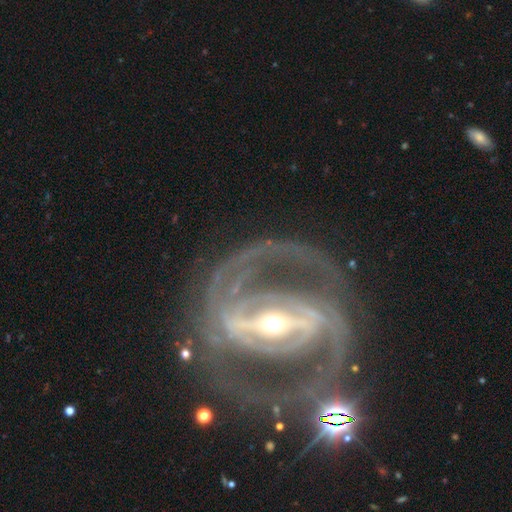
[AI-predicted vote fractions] Morphology: type=featured or disk (91%); edge-on=no (95%); bar=strong (78%); spiral arms=yes (95%); winding=medium (44%); arm count=2 (62%); bulge=moderate (50%); merging=none (63%).